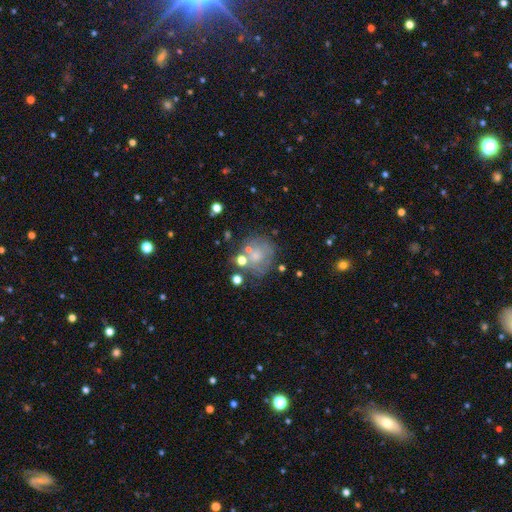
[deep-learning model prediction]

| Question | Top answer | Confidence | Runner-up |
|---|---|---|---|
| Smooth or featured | smooth | 47% | featured or disk (38%) |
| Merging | none | 52% | minor disturbance (20%) |